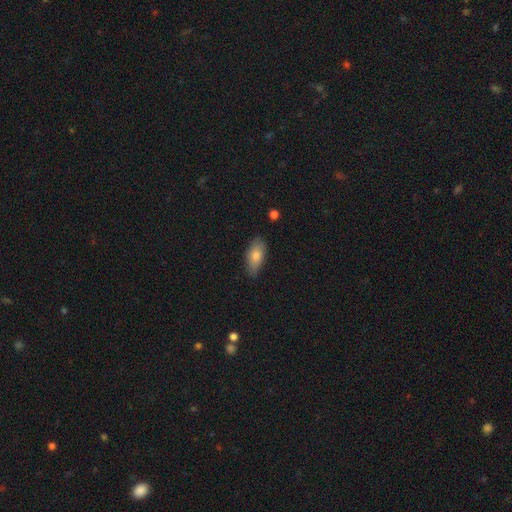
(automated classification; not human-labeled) Smooth or featured? smooth (80%)
How rounded? in between (89%)
Merging? none (77%)